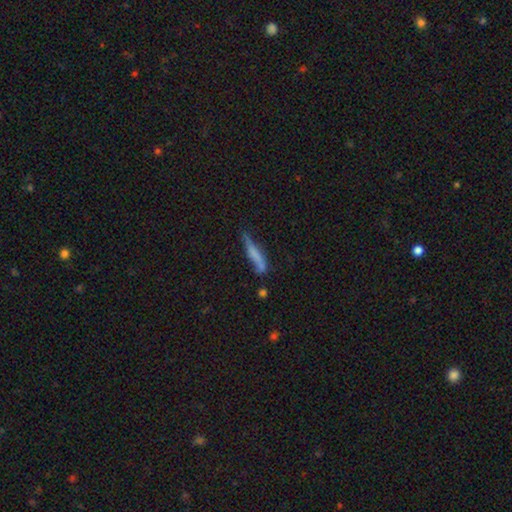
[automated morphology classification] This is likely a smooth galaxy (61%). How rounded: clearly cigar-shaped (87%). Merging: possibly none (52%).